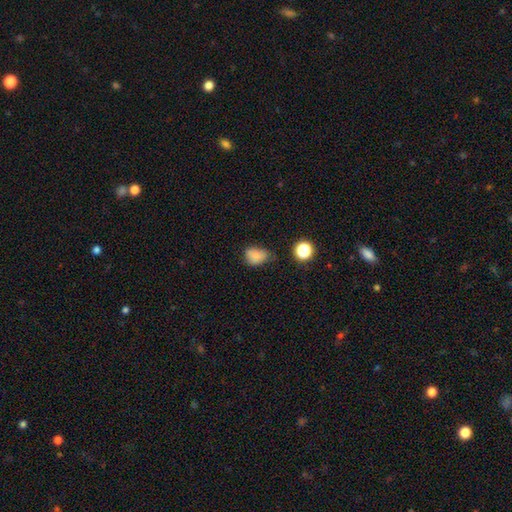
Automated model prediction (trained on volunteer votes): Smooth or featured: smooth — 79% (star or artifact — 12%)
How rounded: in between — 65% (round — 34%)
Merging: none — 50% (minor disturbance — 37%)